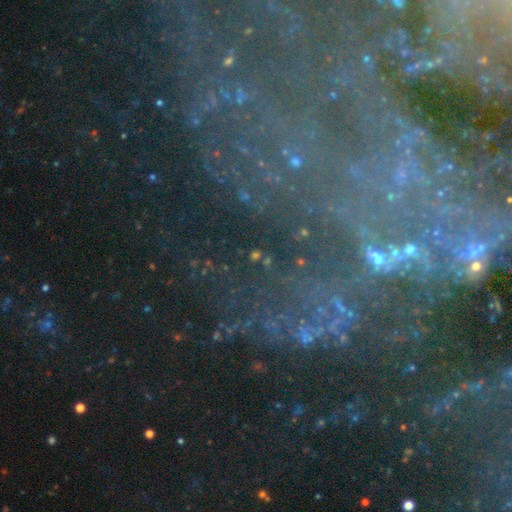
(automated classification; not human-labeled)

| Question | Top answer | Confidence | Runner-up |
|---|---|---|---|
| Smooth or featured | star or artifact | 55% | featured or disk (31%) |